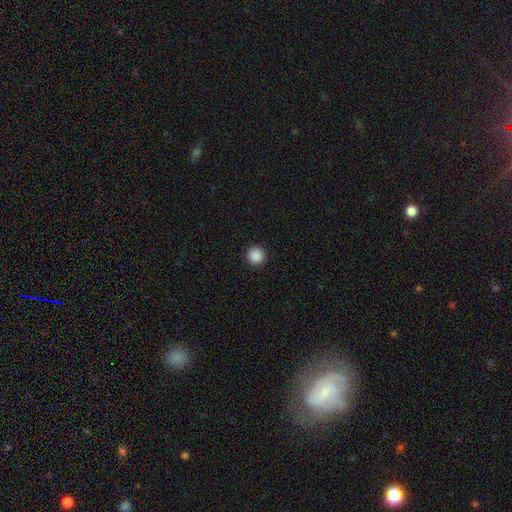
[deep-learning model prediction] Overall: smooth (88%). How rounded: round (96%). Merging: none (93%).